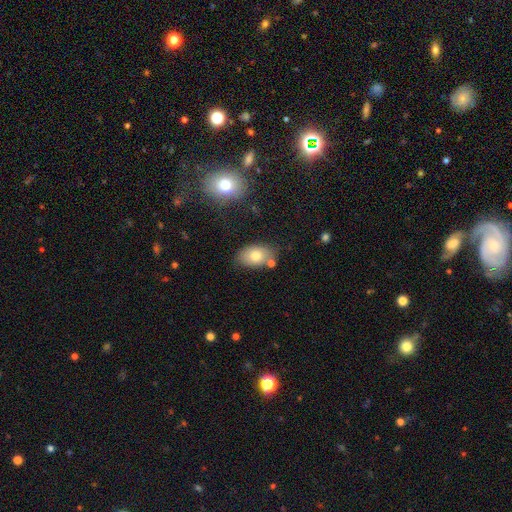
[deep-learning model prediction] This is likely a smooth galaxy (76%). How rounded: clearly in between (88%). Merging: likely none (73%).